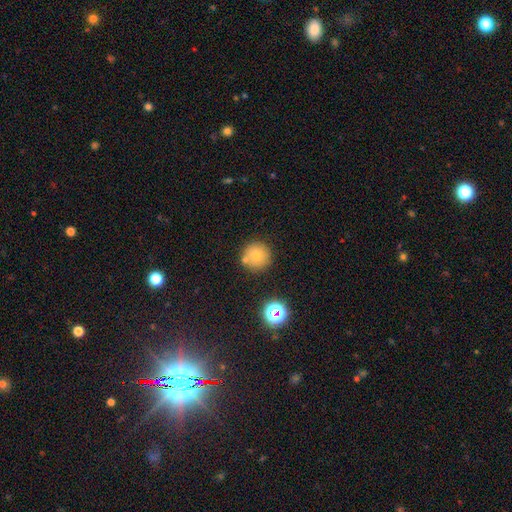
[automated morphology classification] This appears to be a smooth galaxy with no disk features (74%) that is round (95%). Merging: none (75%).